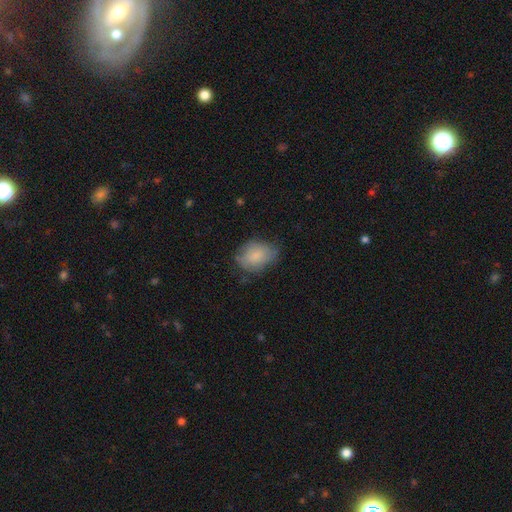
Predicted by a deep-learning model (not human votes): A smooth galaxy with no disk features (81%) that is in between round and cigar-shaped (72%). Merging: none (63%).